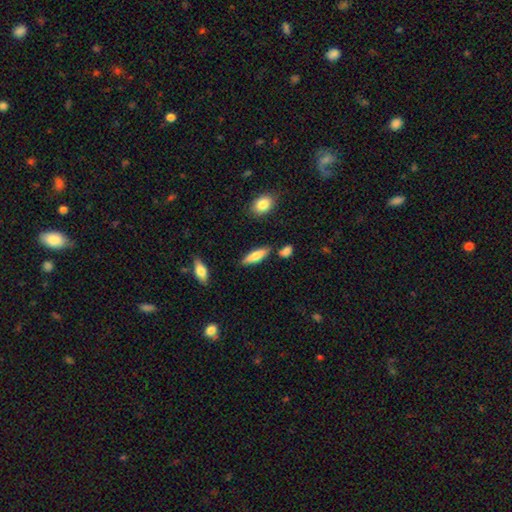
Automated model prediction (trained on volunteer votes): Smooth or featured? Predicted: smooth (p=0.75). How rounded? Predicted: cigar-shaped (p=0.56). Merging? Predicted: none (p=0.80).